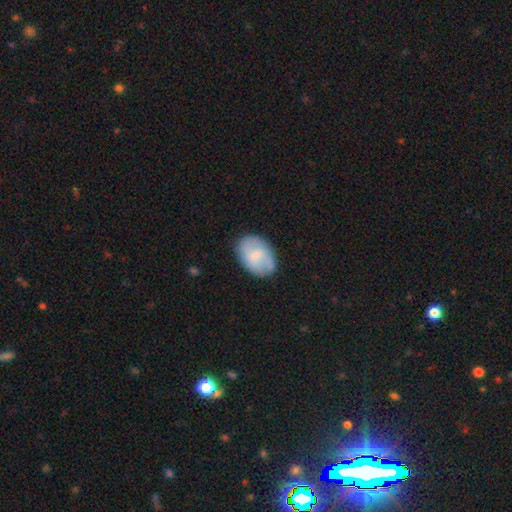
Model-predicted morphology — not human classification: smooth 59%, featured or disk 34%, star or artifact 6%. Down the decision tree: how rounded — in between (82%); merging — none (74%).